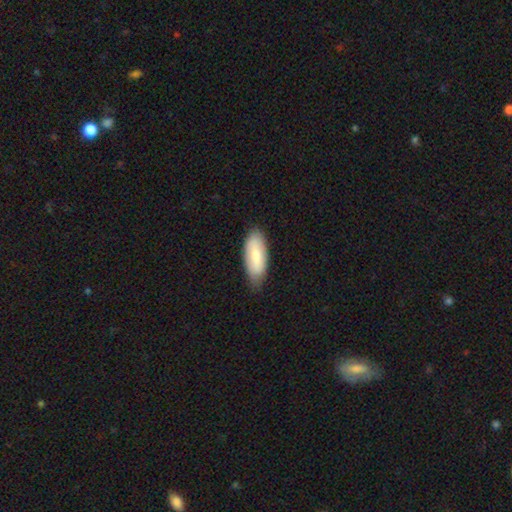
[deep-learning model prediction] Morphology: type=smooth (77%); roundness=in between (81%); merging=none (74%).